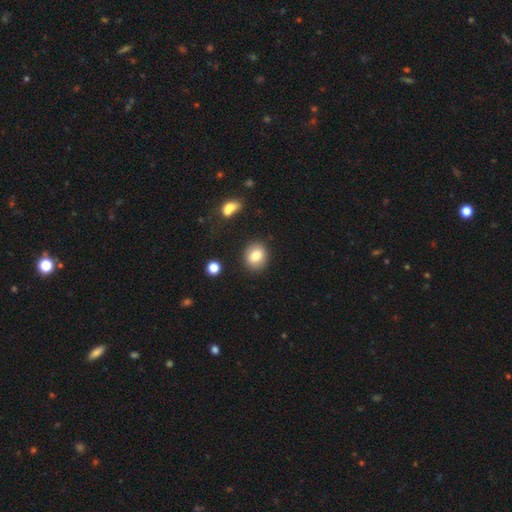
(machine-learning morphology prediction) Smooth or featured: smooth — 82% (star or artifact — 9%)
How rounded: round — 66% (in between — 33%)
Merging: none — 86% (minor disturbance — 9%)